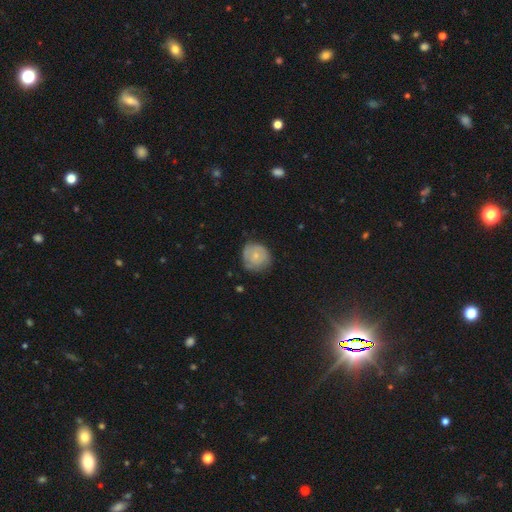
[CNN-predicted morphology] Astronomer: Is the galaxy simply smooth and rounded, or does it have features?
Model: smooth — 59%.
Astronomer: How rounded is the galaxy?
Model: round — 86%.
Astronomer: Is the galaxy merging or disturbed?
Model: none — 68%.